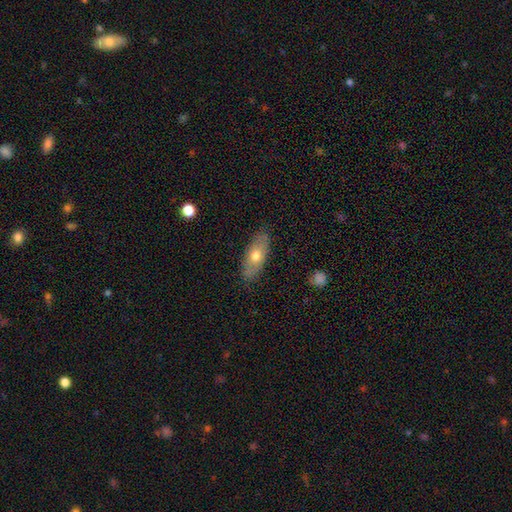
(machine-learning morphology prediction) smooth 58%, featured or disk 36%, star or artifact 6%. Down the decision tree: how rounded — in between (76%); merging — none (85%).